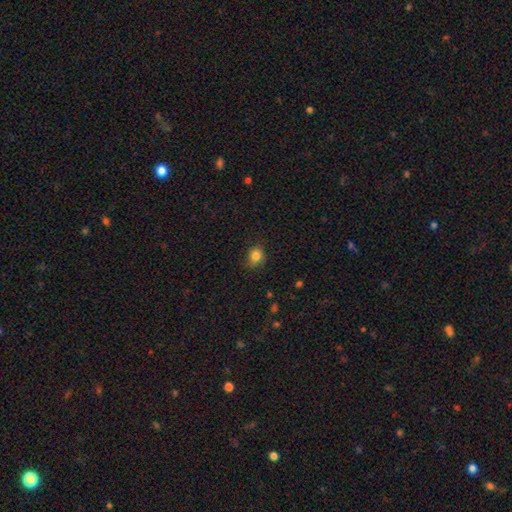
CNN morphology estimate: This is clearly a smooth galaxy (82%). How rounded: likely round (66%). Merging: likely none (71%).